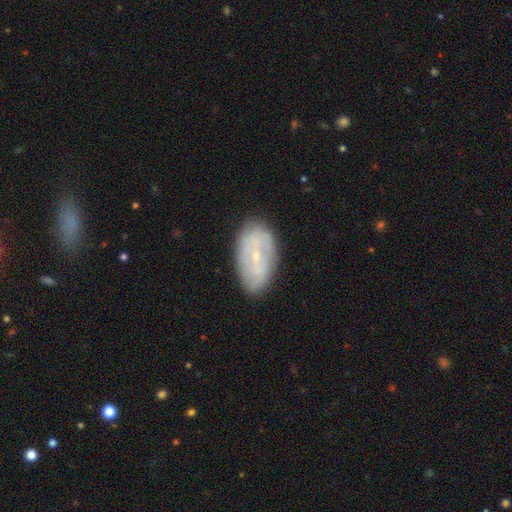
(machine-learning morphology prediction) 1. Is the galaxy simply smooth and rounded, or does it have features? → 58% featured or disk, 34% smooth, 8% star or artifact.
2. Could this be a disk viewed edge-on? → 92% no, 8% yes.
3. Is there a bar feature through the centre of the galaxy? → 60% no, 31% weak, 10% strong.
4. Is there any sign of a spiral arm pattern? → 59% yes, 41% no.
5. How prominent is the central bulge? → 79% small, 17% moderate, 2% none, 1% large, 1% dominant.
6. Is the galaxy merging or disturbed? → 81% none, 14% minor disturbance, 3% major disturbance, 1% merger.